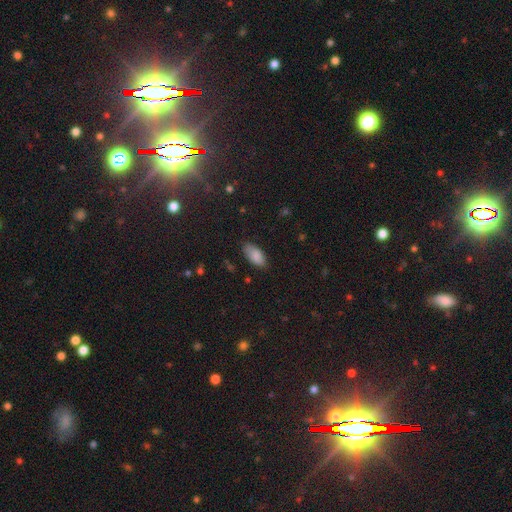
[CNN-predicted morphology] smooth 86%, star or artifact 7%, featured or disk 7%. Down the decision tree: how rounded — in between (91%); merging — none (80%).